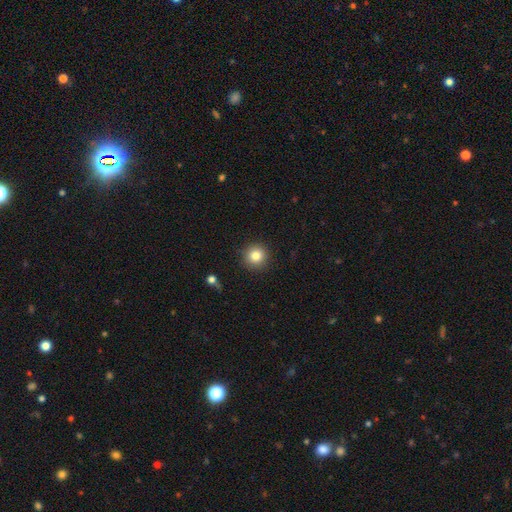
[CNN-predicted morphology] smooth-or-featured: smooth: 83% | star or artifact: 10% | featured or disk: 7%
  how-rounded: round: 94% | in between: 5% | cigar-shaped: 1%
  merging: none: 90% | minor disturbance: 6% | major disturbance: 2% | merger: 1%